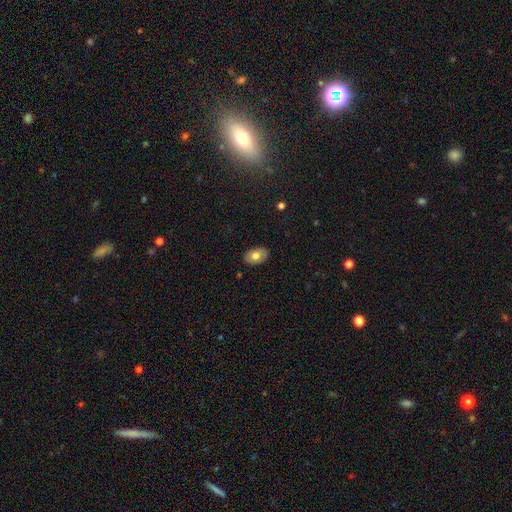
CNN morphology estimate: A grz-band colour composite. It shows a smooth galaxy with no disk features (72%) that is in between round and cigar-shaped (87%). Merging: none (87%).